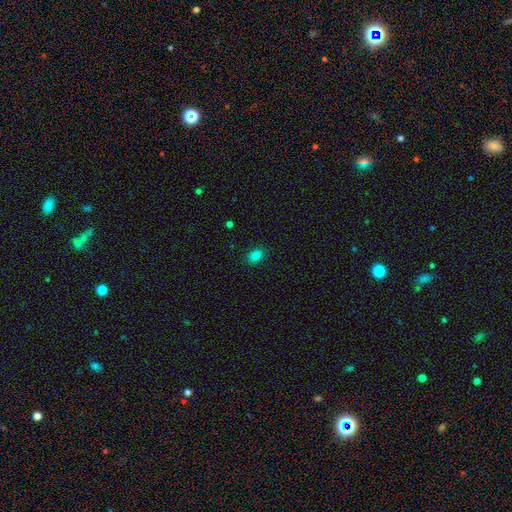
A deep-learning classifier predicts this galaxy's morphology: Smooth or featured?
  - smooth: 83% *
  - star or artifact: 13%
  - featured or disk: 5%
How rounded?
  - in between: 69% *
  - round: 30%
  - cigar-shaped: 1%
Merging?
  - none: 87% *
  - minor disturbance: 9%
  - major disturbance: 2%
  - merger: 1%